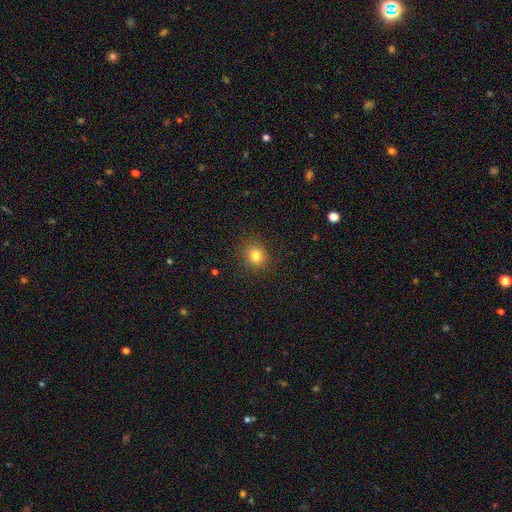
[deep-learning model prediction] A smooth galaxy with no disk features (81%) that is round (86%).

Vote fractions:
- Smooth or featured? smooth: 81% / star or artifact: 13% / featured or disk: 6%
- How rounded? round: 86% / in between: 13% / cigar-shaped: 1%
- Merging? none: 90% / minor disturbance: 7% / major disturbance: 2% / merger: 1%